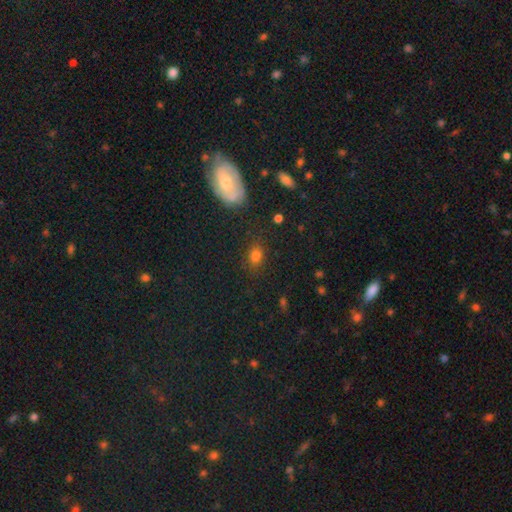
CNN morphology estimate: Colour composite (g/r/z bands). It shows a smooth galaxy with no disk features (76%) that is in between round and cigar-shaped (56%). Merging: none (81%).